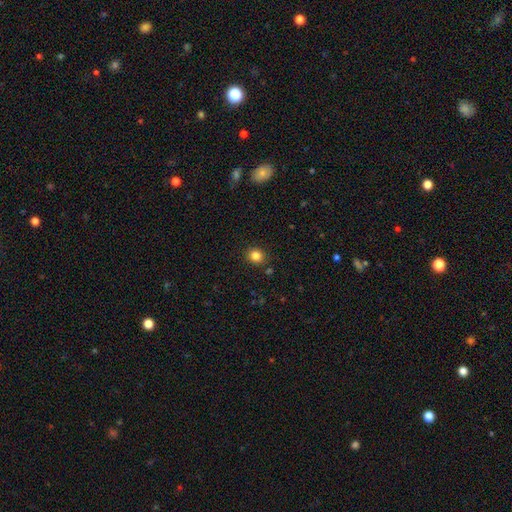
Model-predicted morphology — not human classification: Q: Smooth or featured?
A: smooth (83%); runner-up: star or artifact (12%)
Q: How rounded?
A: round (76%); runner-up: in between (23%)
Q: Merging?
A: none (86%); runner-up: minor disturbance (9%)